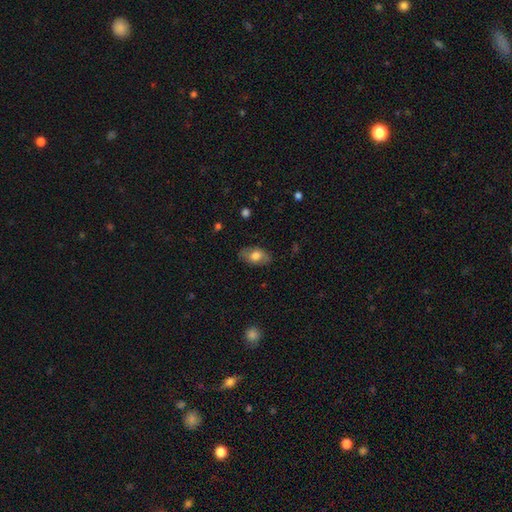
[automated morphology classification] Smooth or featured: smooth — 70% (featured or disk — 23%)
How rounded: in between — 91% (round — 8%)
Merging: none — 79% (minor disturbance — 16%)